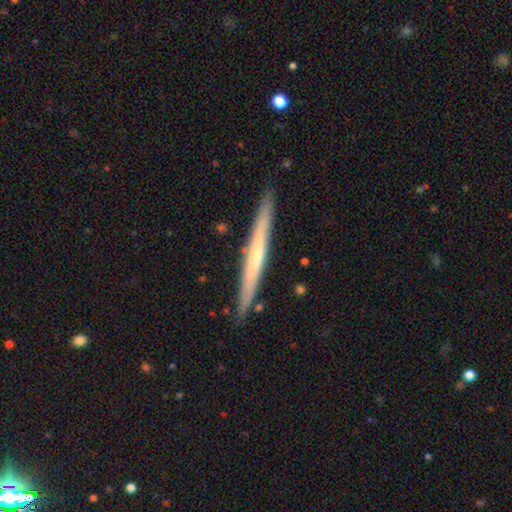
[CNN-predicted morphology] A featured or disk galaxy (60%) viewed edge-on (96%) with no central bulge (52%). Merging: none (89%).